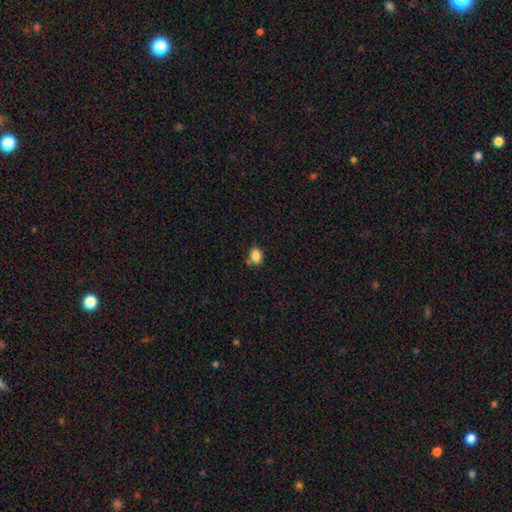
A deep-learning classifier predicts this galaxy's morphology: Overall: smooth (85%). How rounded: in between (67%; round 32%). Merging: none (66%).